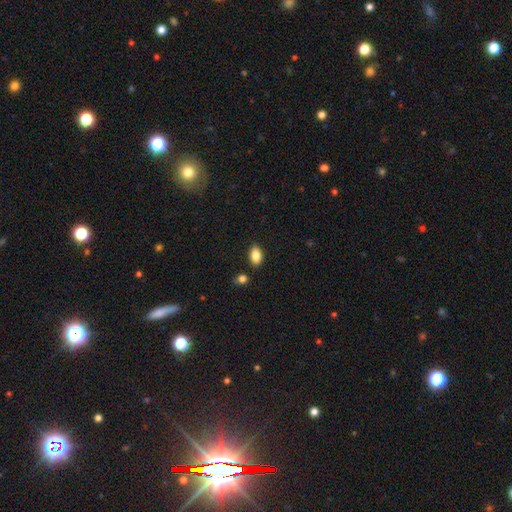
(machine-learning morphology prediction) The model was most divided on "merging": none: 84%, minor disturbance: 11%, merger: 3%, major disturbance: 2%. More confident: how rounded — in between (90%); smooth or featured — smooth (85%).